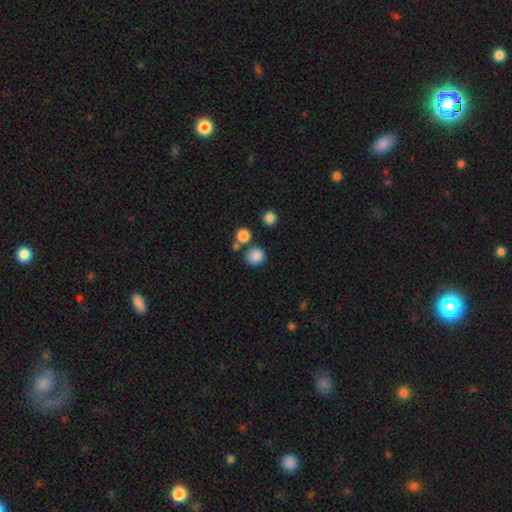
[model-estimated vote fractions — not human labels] Smooth or featured: smooth — 85% (star or artifact — 11%)
How rounded: round — 83% (in between — 16%)
Merging: none — 71% (merger — 14%)